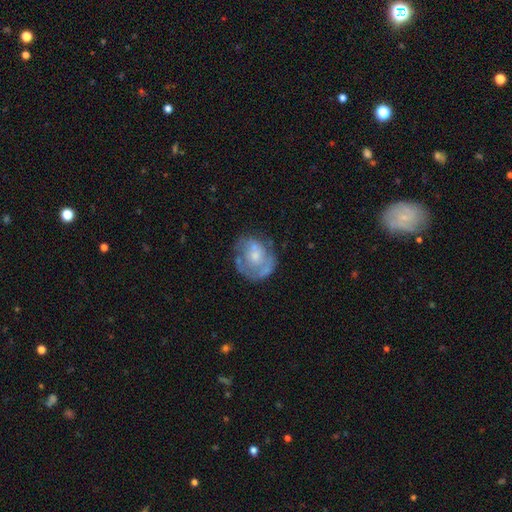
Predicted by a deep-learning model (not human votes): featured or disk 56%, smooth 36%, star or artifact 8%. Down the decision tree: edge-on disk — no (97%); bar — no (82%); spiral arms — no (58%); bulge size — small (42%, tied with moderate); merging — none (54%).